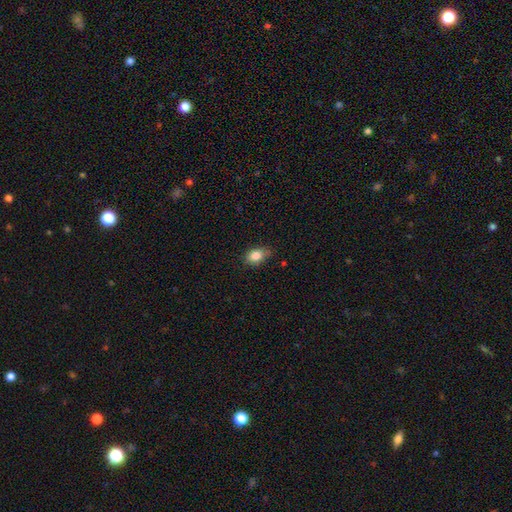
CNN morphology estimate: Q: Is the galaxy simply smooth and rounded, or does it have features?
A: smooth — 85%.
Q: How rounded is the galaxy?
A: in between — 77%.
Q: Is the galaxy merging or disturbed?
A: none — 73%.